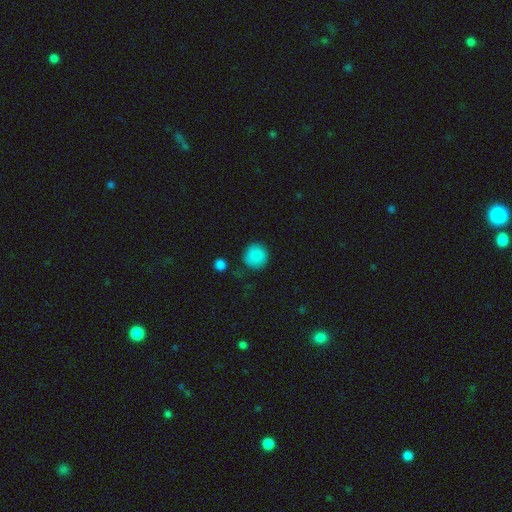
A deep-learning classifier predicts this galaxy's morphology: A smooth galaxy with no disk features (87%) that is round (93%). Merging: none (84%).